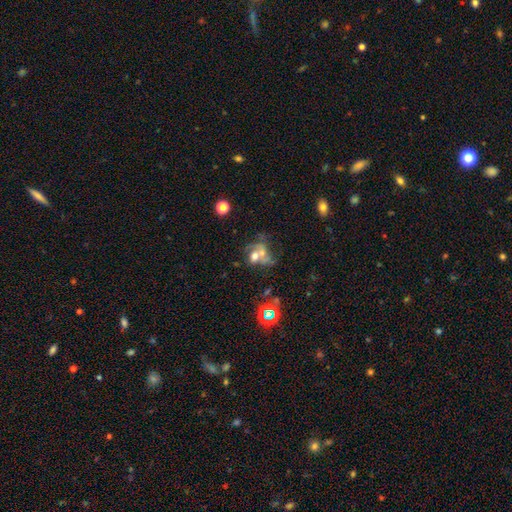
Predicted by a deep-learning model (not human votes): Smooth or featured? Predicted: featured or disk (p=0.44). Merging? Predicted: merger (p=0.59).